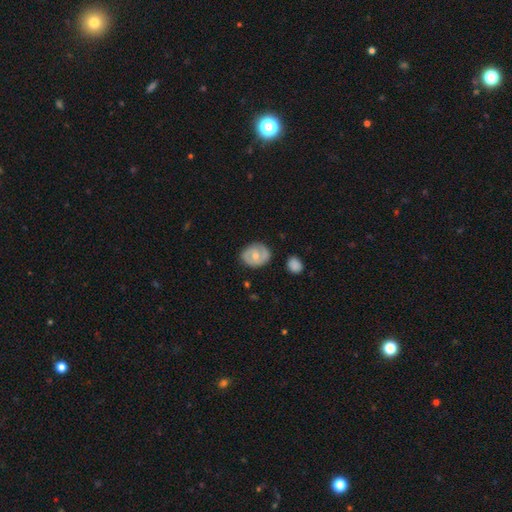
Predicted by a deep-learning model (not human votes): This is possibly a featured or disk galaxy (57%). It is clearly not viewed edge-on (96%). Bar: likely no (60%). Spiral arm pattern: likely yes (67%). Central bulge: likely moderate (61%). Merging: likely none (74%).